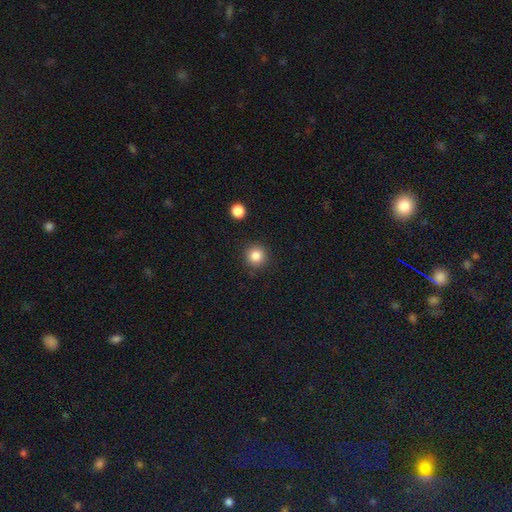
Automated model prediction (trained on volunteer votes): Smooth or featured? Predicted: smooth (p=0.84). How rounded? Predicted: round (p=0.94). Merging? Predicted: none (p=0.89).